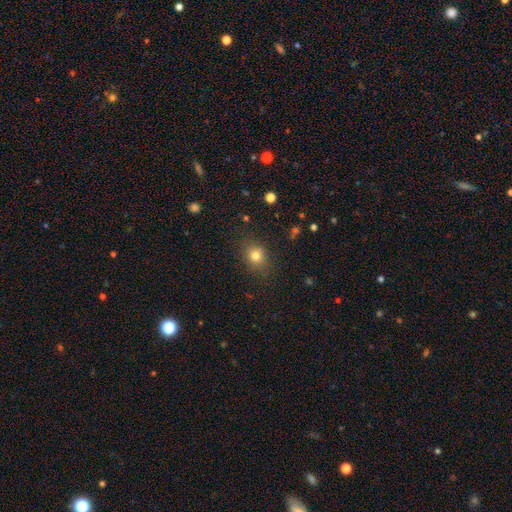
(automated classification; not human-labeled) Smooth or featured? Predicted: smooth (p=0.78). How rounded? Predicted: round (p=0.60). Merging? Predicted: none (p=0.84).